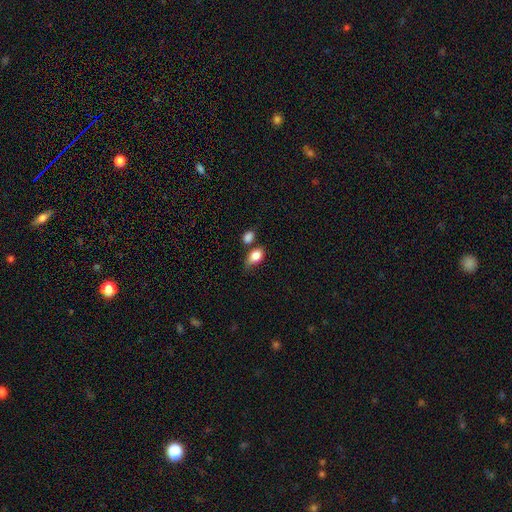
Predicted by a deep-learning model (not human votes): Morphology: type=smooth (84%); roundness=in between (80%); merging=none (45%).